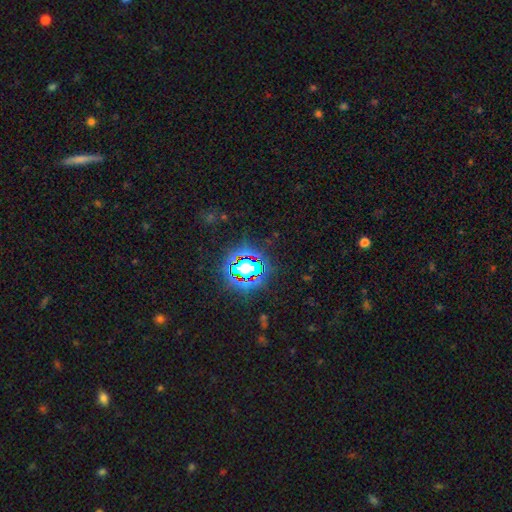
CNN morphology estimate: Smooth or featured? Predicted: star or artifact (p=0.80).